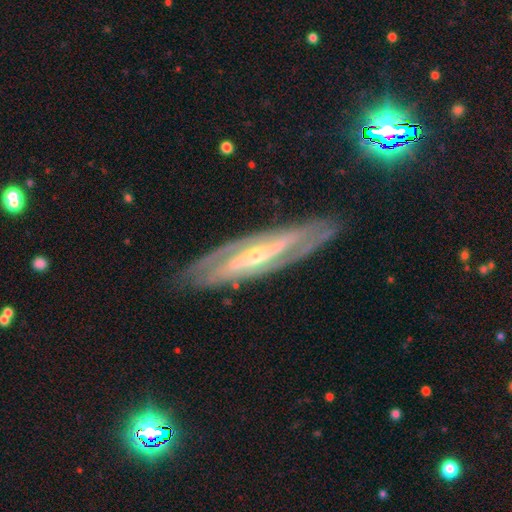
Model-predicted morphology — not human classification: featured or disk 86%, smooth 8%, star or artifact 6%. Down the decision tree: edge-on disk — no (74%); bar — strong (49%); spiral arms — yes (91%); spiral arm count — 2 (69%); spiral winding — tight (44%); bulge size — small (69%); merging — none (83%).